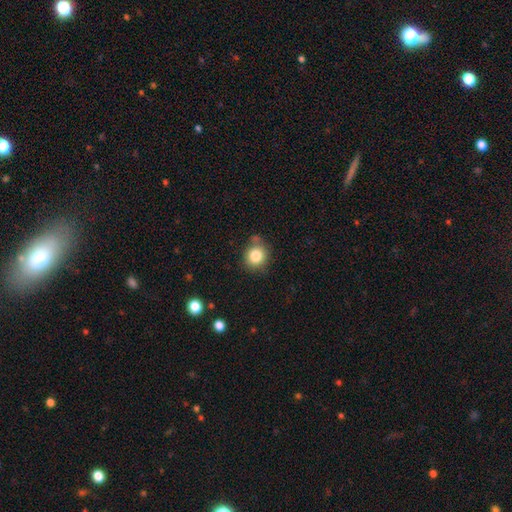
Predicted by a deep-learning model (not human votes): This is clearly a smooth galaxy (83%). How rounded: clearly round (82%). Merging: likely none (71%).